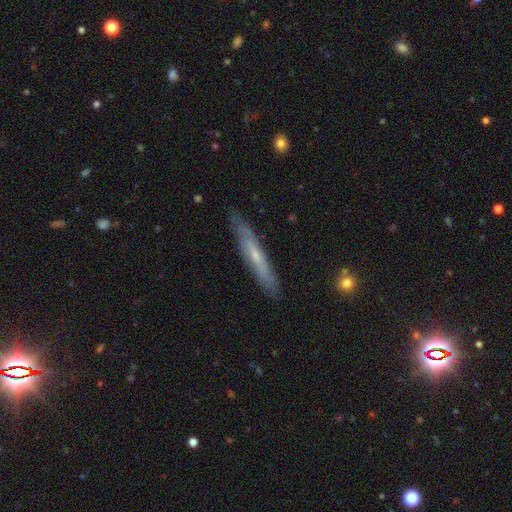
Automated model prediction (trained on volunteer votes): Overall: featured or disk (54%; smooth 39%). Edge-on disk: yes (78%). Merging: none (84%).